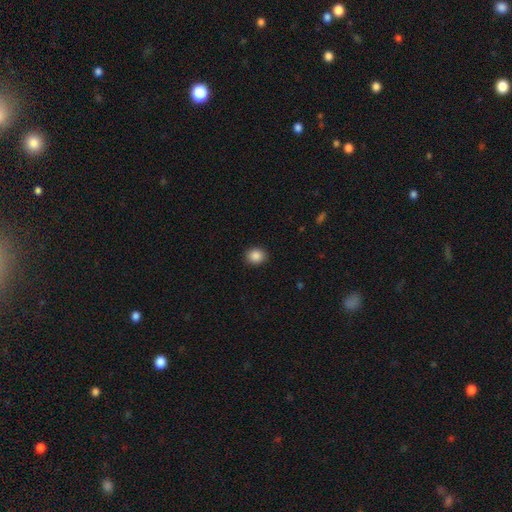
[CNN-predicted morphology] Q: Smooth or featured?
A: smooth (88%); runner-up: star or artifact (9%)
Q: How rounded?
A: round (69%); runner-up: in between (30%)
Q: Merging?
A: none (90%); runner-up: minor disturbance (7%)